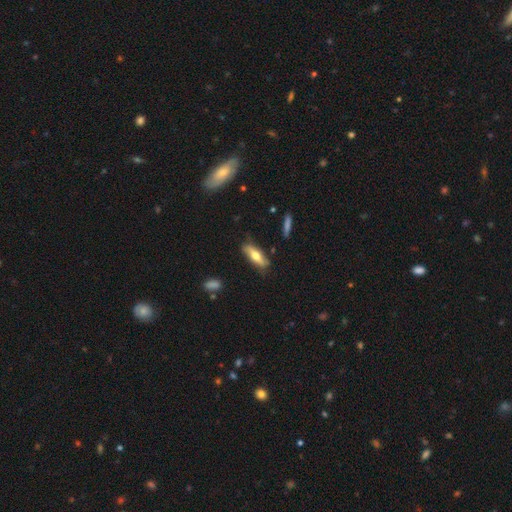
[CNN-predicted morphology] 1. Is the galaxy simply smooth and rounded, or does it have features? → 55% smooth, 39% featured or disk, 6% star or artifact.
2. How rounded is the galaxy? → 51% cigar-shaped, 46% in between, 3% round.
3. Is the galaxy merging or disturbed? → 77% none, 17% minor disturbance, 3% major disturbance, 2% merger.